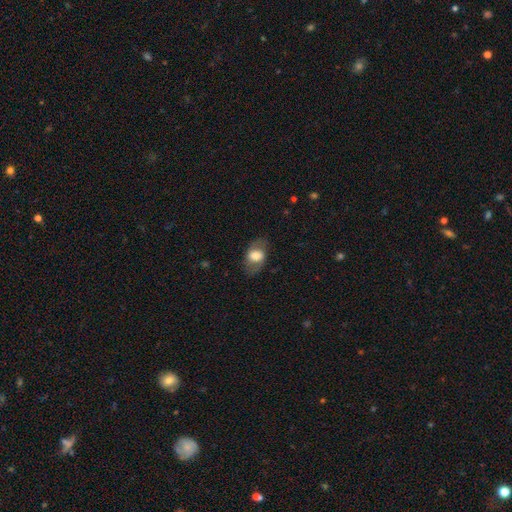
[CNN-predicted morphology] A smooth galaxy with no disk features (57%) that is in between round and cigar-shaped (83%).

Vote fractions:
- Smooth or featured? smooth: 57% / featured or disk: 36% / star or artifact: 7%
- How rounded? in between: 83% / round: 14% / cigar-shaped: 2%
- Merging? none: 76% / minor disturbance: 15% / major disturbance: 8% / merger: 1%